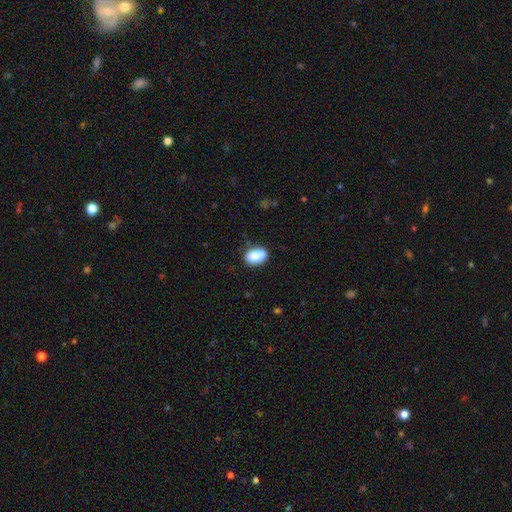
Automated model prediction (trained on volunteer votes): This appears to be a smooth galaxy with no disk features (80%) that is in between round and cigar-shaped (82%). Merging: none (53%).